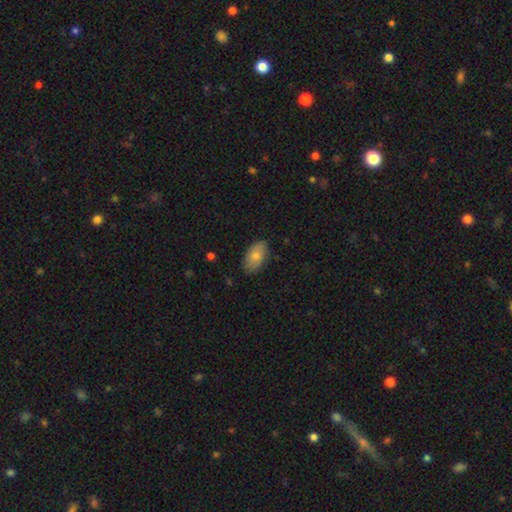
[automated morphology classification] Smooth or featured: smooth — 74% (featured or disk — 19%)
How rounded: in between — 93% (round — 4%)
Merging: none — 83% (minor disturbance — 14%)